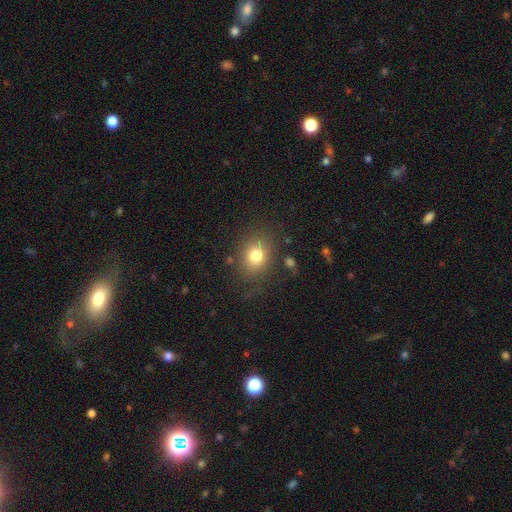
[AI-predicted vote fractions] This appears to be a smooth galaxy with no disk features (78%) that is round (67%). Merging: none (81%).